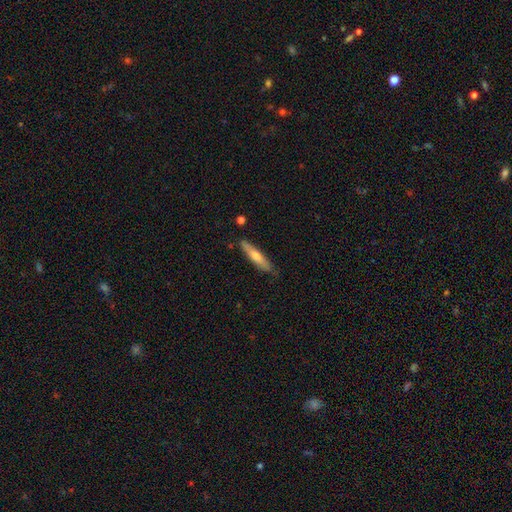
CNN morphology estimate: smooth-or-featured: smooth: 57% | featured or disk: 37% | star or artifact: 6%
  how-rounded: cigar-shaped: 85% | in between: 14% | round: 1%
  merging: none: 82% | minor disturbance: 14% | major disturbance: 2% | merger: 2%